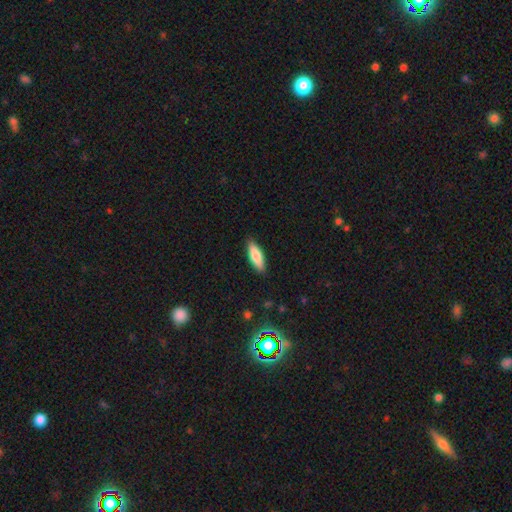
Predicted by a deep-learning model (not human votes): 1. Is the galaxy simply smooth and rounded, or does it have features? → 81% smooth, 13% featured or disk, 6% star or artifact.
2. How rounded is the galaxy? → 57% in between, 41% cigar-shaped, 2% round.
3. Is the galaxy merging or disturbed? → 89% none, 9% minor disturbance, 2% major disturbance, 1% merger.